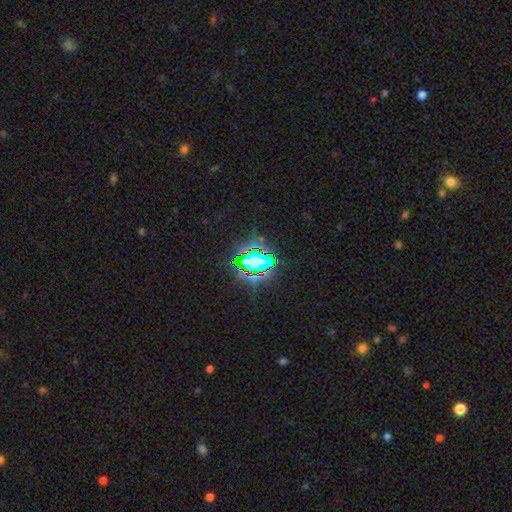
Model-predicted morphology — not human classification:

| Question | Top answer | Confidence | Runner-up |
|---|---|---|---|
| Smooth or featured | star or artifact | 78% | smooth (14%) |